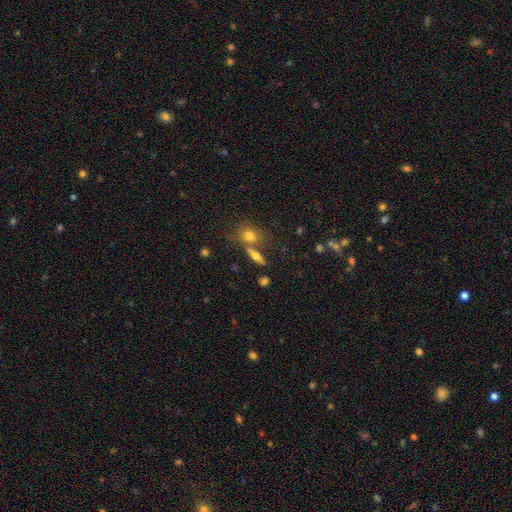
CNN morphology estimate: Smooth or featured?
  - smooth: 55% *
  - featured or disk: 35%
  - star or artifact: 10%
How rounded?
  - in between: 44% * (tied)
  - cigar-shaped: 44% * (tied)
  - round: 12%
Merging?
  - none: 62% *
  - merger: 23%
  - minor disturbance: 11%
  - major disturbance: 4%